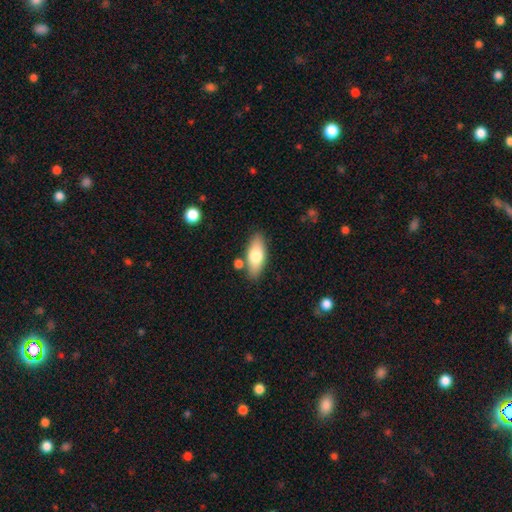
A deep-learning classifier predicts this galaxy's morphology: Overall: smooth (72%). How rounded: in between (79%). Merging: none (80%).